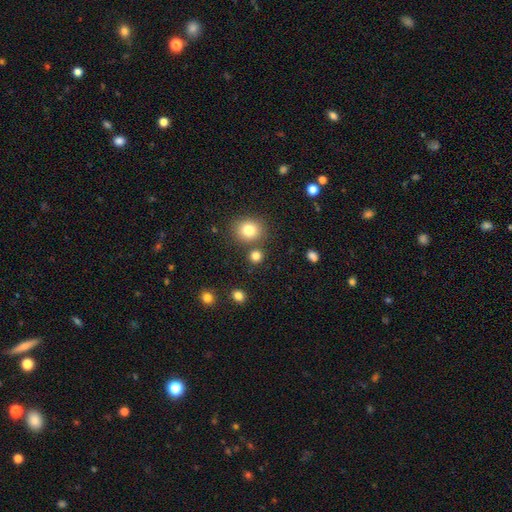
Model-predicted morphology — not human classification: smooth 81%, star or artifact 13%, featured or disk 6%. Down the decision tree: how rounded — round (86%); merging — none (78%).